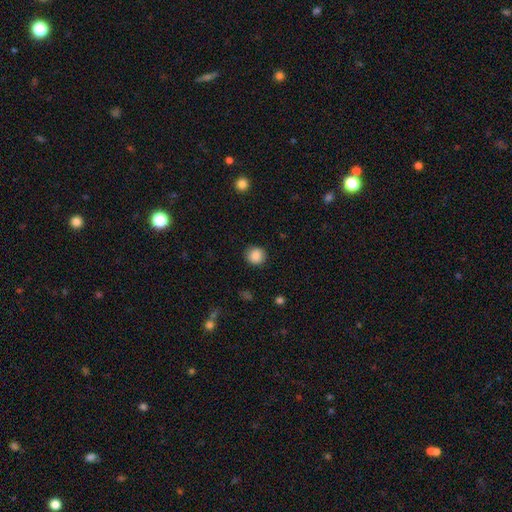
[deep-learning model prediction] This appears to be a smooth galaxy with no disk features (87%) that is round (89%). Merging: none (89%).